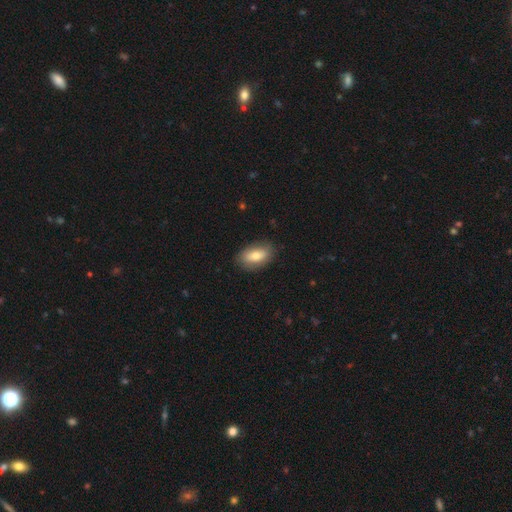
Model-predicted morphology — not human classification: Smooth or featured: smooth — 75% (featured or disk — 18%)
How rounded: in between — 89% (round — 6%)
Merging: none — 82% (minor disturbance — 13%)